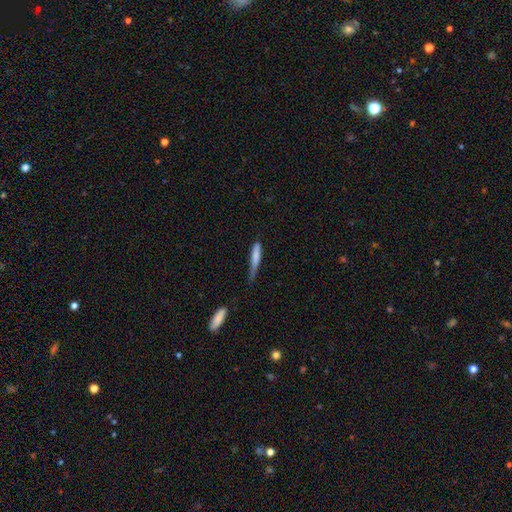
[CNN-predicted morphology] Smooth or featured: smooth — 74% (featured or disk — 20%)
How rounded: cigar-shaped — 89% (in between — 9%)
Merging: minor disturbance — 42% (none — 41%)